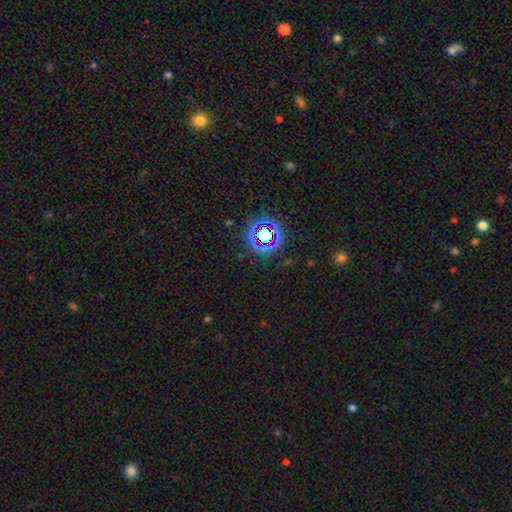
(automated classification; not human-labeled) A star or artifact, not a galaxy (74%).

Vote fractions:
- Smooth or featured? star or artifact: 74% / smooth: 15% / featured or disk: 11%